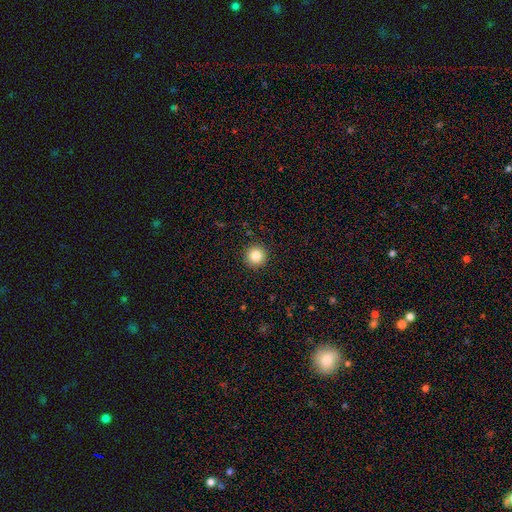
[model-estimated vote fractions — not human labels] smooth_or_featured: smooth (p=0.83) [alt: star or artifact p=0.11]
how_rounded: round (p=0.96) [alt: in between p=0.03]
merging: none (p=0.92) [alt: minor disturbance p=0.05]